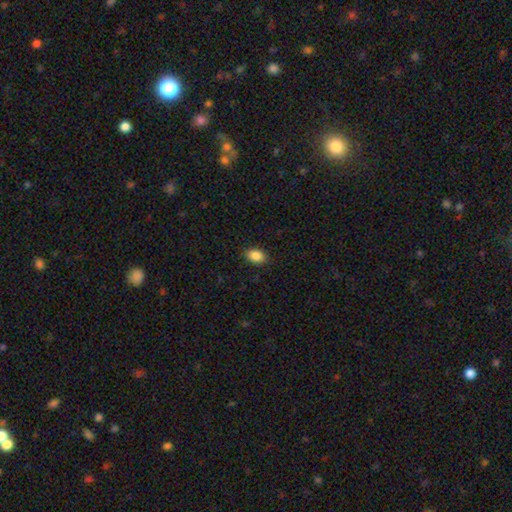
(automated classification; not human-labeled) smooth-or-featured: smooth: 88% | star or artifact: 8% | featured or disk: 4%
  how-rounded: in between: 81% | round: 18% | cigar-shaped: 1%
  merging: none: 88% | minor disturbance: 9% | major disturbance: 2% | merger: 1%